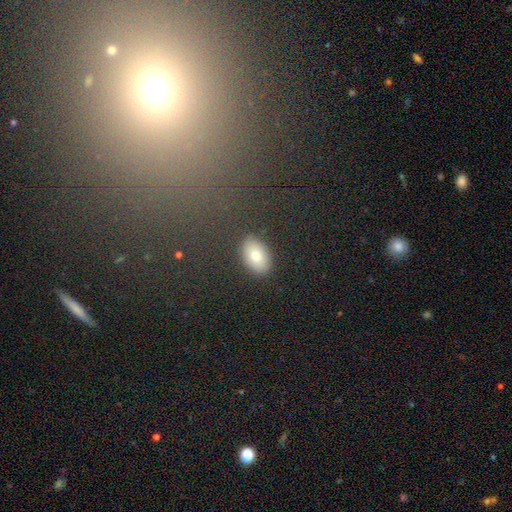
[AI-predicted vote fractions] Smooth or featured?
  - smooth: 79% *
  - featured or disk: 11%
  - star or artifact: 10%
How rounded?
  - in between: 88% *
  - round: 11%
  - cigar-shaped: 1%
Merging?
  - none: 86% *
  - minor disturbance: 10%
  - major disturbance: 3%
  - merger: 2%